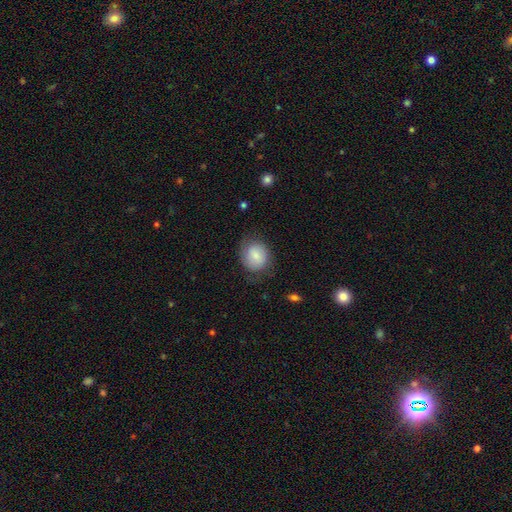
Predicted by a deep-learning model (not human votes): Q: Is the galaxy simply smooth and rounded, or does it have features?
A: smooth — 78%.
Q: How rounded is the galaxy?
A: round — 61%.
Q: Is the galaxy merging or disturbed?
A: none — 68%.